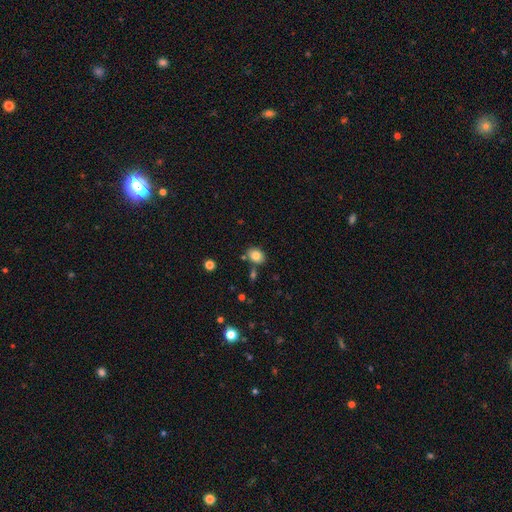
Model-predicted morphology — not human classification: Smooth or featured? Predicted: smooth (p=0.82). How rounded? Predicted: in between (p=0.60). Merging? Predicted: none (p=0.76).